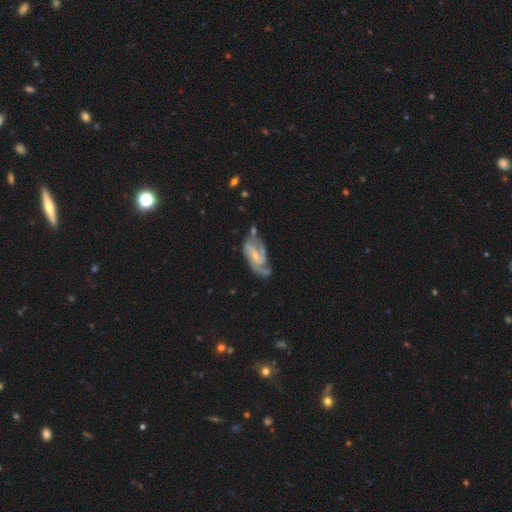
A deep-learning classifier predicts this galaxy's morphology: smooth-or-featured: featured or disk: 87% | smooth: 8% | star or artifact: 5%
  disk-edge-on: no: 97% | yes: 3%
    bar: no: 43% (tied) | weak: 43% (tied) | strong: 14%
    has-spiral-arms: yes: 97% | no: 3%
      spiral-winding: medium: 49% | tight: 37% | loose: 14%
      spiral-arm-count: 2: 38% (tied) | 3: 38% (tied) | can't tell: 10% | 4: 6% | 1: 4% | more than 4: 3%
    bulge-size: small: 62% | moderate: 29% | none: 6% | large: 2% | dominant: 1%
  merging: none: 54% | minor disturbance: 25% | major disturbance: 15% | merger: 6%